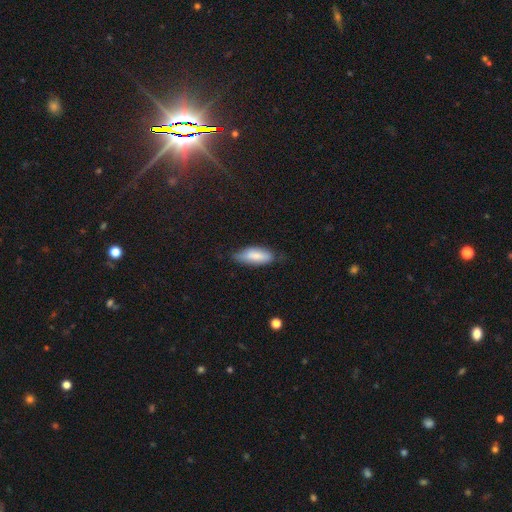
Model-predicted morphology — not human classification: A smooth galaxy with no disk features (78%) that is in between round and cigar-shaped (76%). Merging: none (62%).